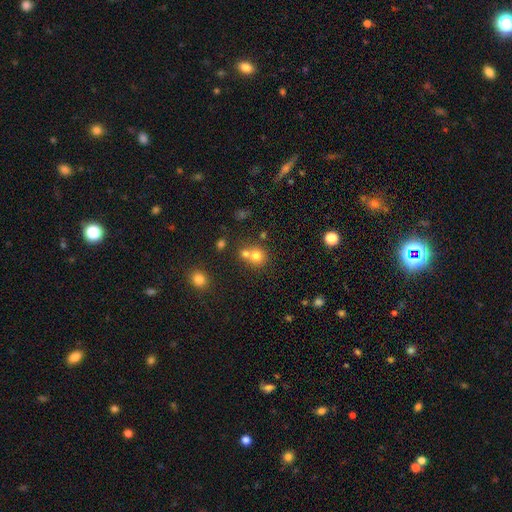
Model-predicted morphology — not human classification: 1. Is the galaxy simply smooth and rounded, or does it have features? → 75% smooth, 13% star or artifact, 12% featured or disk.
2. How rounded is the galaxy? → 84% round, 15% in between, 1% cigar-shaped.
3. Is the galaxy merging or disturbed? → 47% merger, 44% none, 7% minor disturbance, 3% major disturbance.